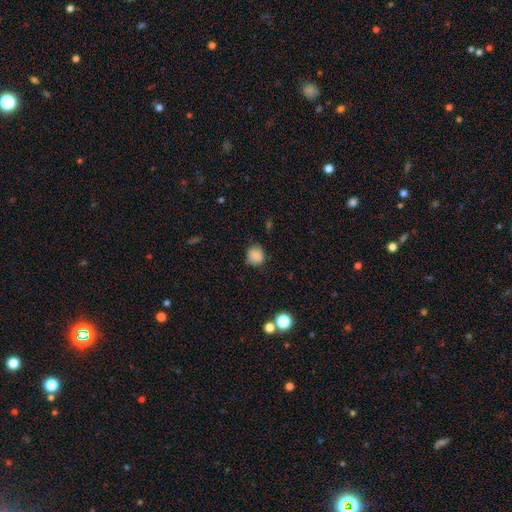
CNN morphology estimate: Smooth or featured? Predicted: smooth (p=0.85). How rounded? Predicted: round (p=0.83). Merging? Predicted: none (p=0.75).